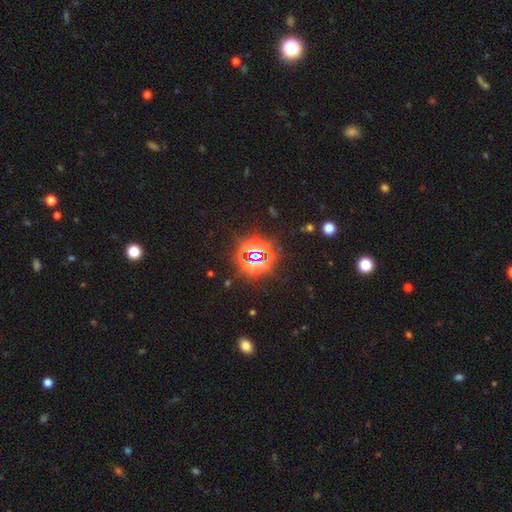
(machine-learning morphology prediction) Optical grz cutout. It shows a star or artifact, not a galaxy (81%).